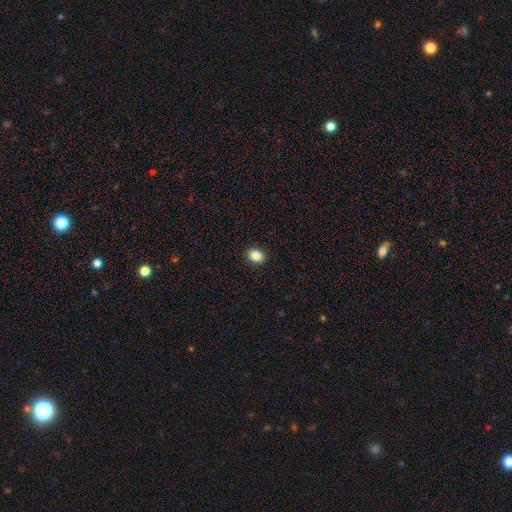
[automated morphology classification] smooth-or-featured: smooth: 86% | star or artifact: 9% | featured or disk: 5%
  how-rounded: in between: 67% | round: 32% | cigar-shaped: 1%
  merging: none: 91% | minor disturbance: 6% | major disturbance: 2% | merger: 1%